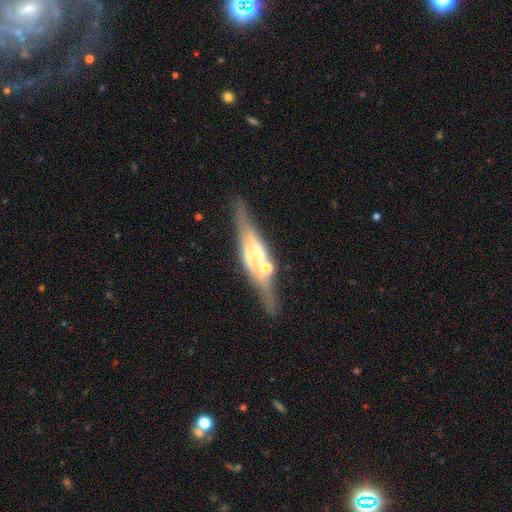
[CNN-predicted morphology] type=featured or disk (74%); edge-on=yes (89%); edge-on bulge=rounded (68%); merging=none (68%).